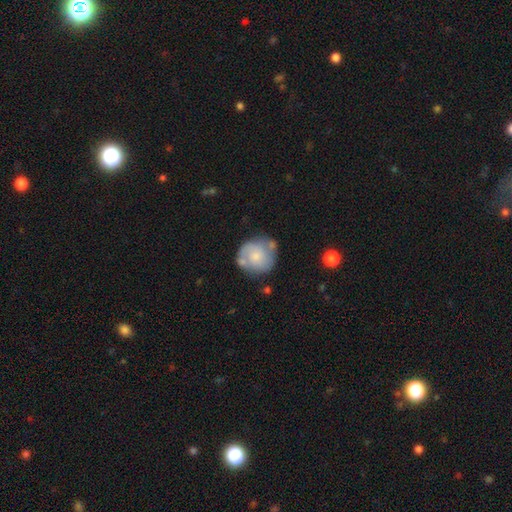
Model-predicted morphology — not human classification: Smooth or featured?
  - smooth: 54% *
  - featured or disk: 39%
  - star or artifact: 7%
How rounded?
  - round: 85% *
  - in between: 14%
  - cigar-shaped: 1%
Merging?
  - none: 56% *
  - minor disturbance: 23%
  - merger: 13%
  - major disturbance: 8%